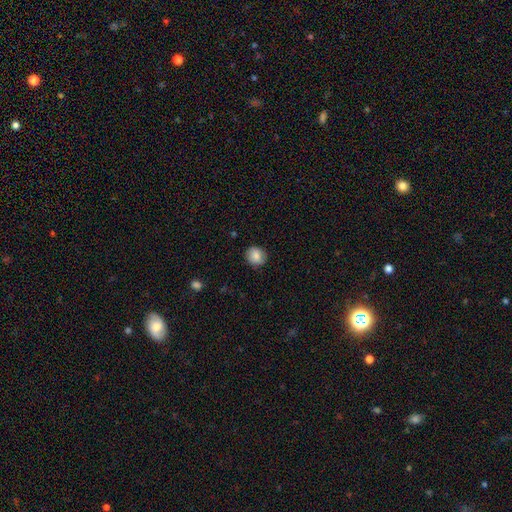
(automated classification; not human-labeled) Smooth or featured?
  - smooth: 85% *
  - star or artifact: 8%
  - featured or disk: 7%
How rounded?
  - round: 80% *
  - in between: 19%
  - cigar-shaped: 1%
Merging?
  - none: 87% *
  - minor disturbance: 9%
  - major disturbance: 2%
  - merger: 1%